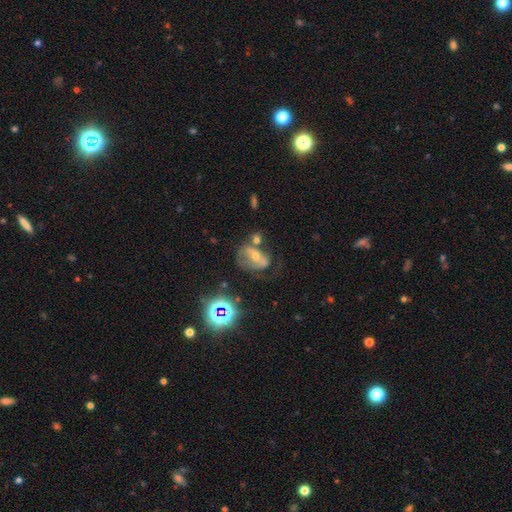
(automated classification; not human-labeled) The model was most divided on "merging": none: 39%, merger: 22%, minor disturbance: 21%, major disturbance: 18%. Remaining: smooth or featured — featured or disk (50%).